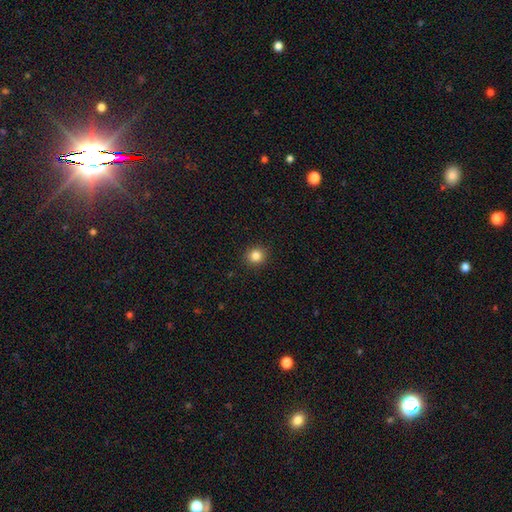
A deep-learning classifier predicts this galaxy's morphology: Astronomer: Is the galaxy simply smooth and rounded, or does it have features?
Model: smooth — 83%.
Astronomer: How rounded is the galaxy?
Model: round — 89%.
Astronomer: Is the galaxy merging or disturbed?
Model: none — 92%.